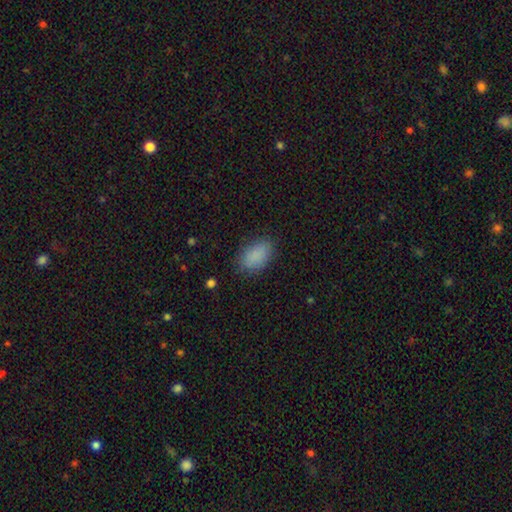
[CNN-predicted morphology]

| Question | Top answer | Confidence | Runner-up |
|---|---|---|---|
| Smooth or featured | smooth | 87% | star or artifact (9%) |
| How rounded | in between | 91% | round (7%) |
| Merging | none | 80% | minor disturbance (15%) |